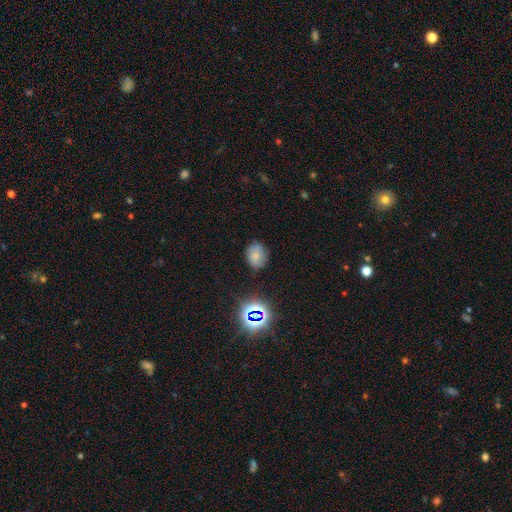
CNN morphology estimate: Smooth or featured? Predicted: smooth (p=0.70). How rounded? Predicted: round (p=0.52). Merging? Predicted: none (p=0.75).